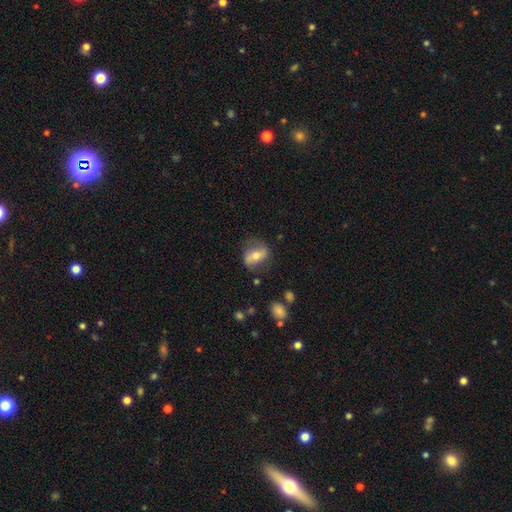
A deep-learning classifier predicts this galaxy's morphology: Q: Smooth or featured?
A: featured or disk (49%); runner-up: smooth (44%)
Q: Merging?
A: none (68%); runner-up: minor disturbance (20%)